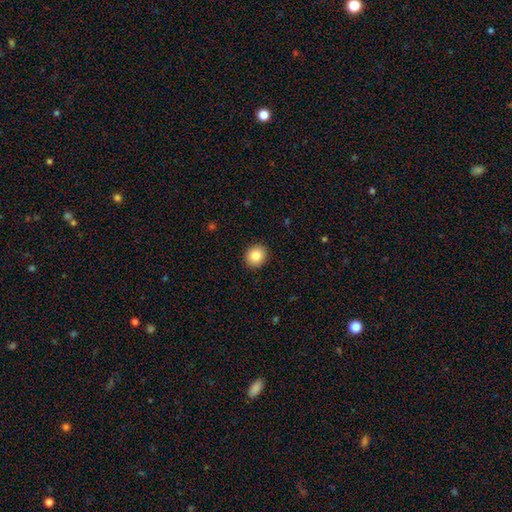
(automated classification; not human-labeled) Smooth or featured: smooth — 84% (star or artifact — 9%)
How rounded: round — 74% (in between — 25%)
Merging: none — 91% (minor disturbance — 6%)